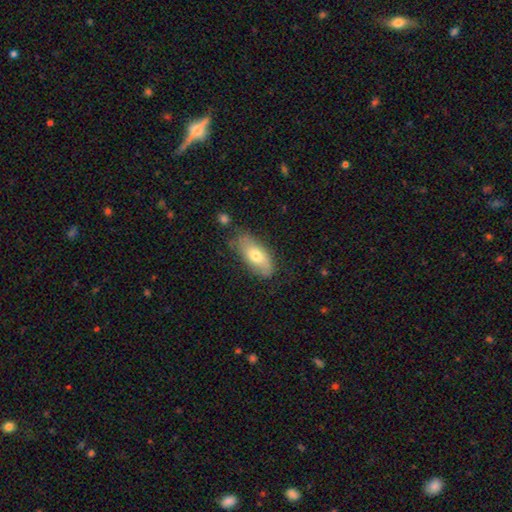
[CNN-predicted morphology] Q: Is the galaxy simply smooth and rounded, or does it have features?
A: smooth — 67%.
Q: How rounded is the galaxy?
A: in between — 84%.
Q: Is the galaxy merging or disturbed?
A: none — 70%.